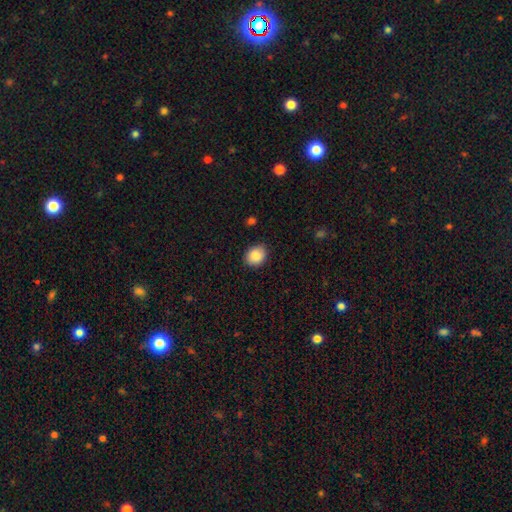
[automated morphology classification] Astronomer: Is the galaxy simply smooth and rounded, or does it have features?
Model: smooth — 88%.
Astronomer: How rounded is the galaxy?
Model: round — 54% (runner-up: in between, 45%).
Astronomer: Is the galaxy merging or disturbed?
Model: none — 86%.